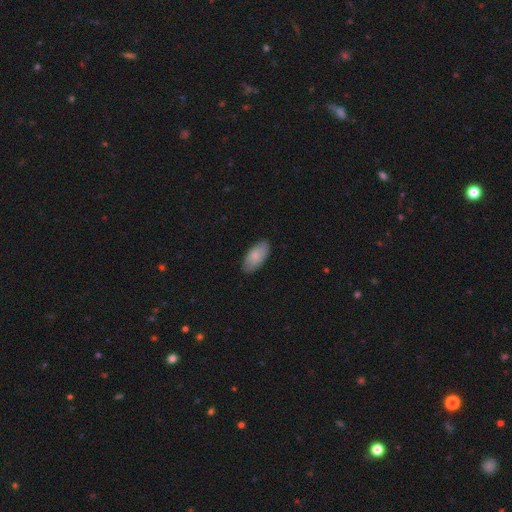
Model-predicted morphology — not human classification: Smooth or featured? smooth (81%)
How rounded? in between (93%)
Merging? none (85%)